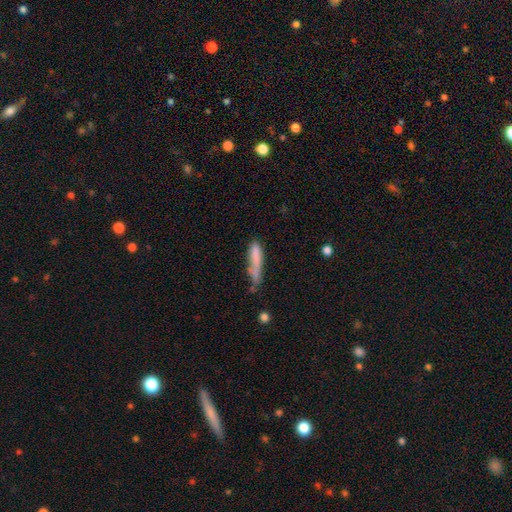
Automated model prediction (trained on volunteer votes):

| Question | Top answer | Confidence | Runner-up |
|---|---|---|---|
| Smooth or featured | smooth | 75% | featured or disk (17%) |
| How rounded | cigar-shaped | 82% | in between (16%) |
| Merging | none | 41% | minor disturbance (32%) |